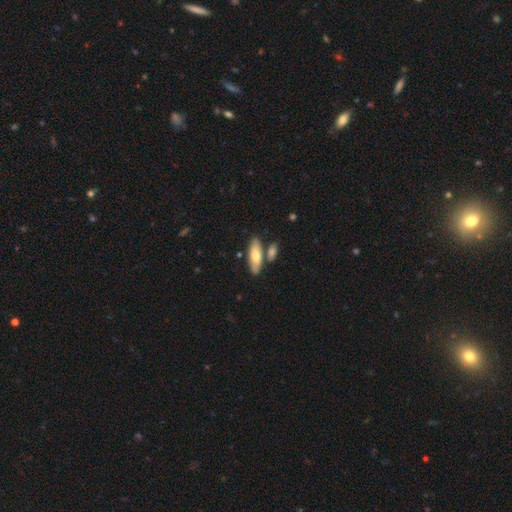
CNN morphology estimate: A smooth galaxy with no disk features (69%) that is in between round and cigar-shaped (66%).

Vote fractions:
- Smooth or featured? smooth: 69% / featured or disk: 26% / star or artifact: 5%
- How rounded? in between: 66% / cigar-shaped: 32% / round: 2%
- Merging? none: 68% / merger: 16% / minor disturbance: 13% / major disturbance: 3%